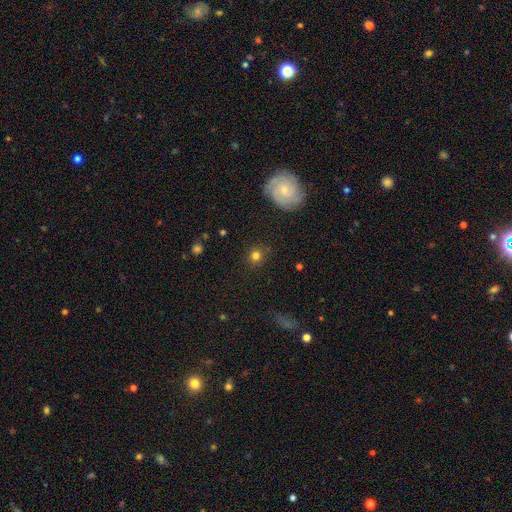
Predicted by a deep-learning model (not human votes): Overall: smooth (77%). How rounded: round (88%). Merging: none (86%).